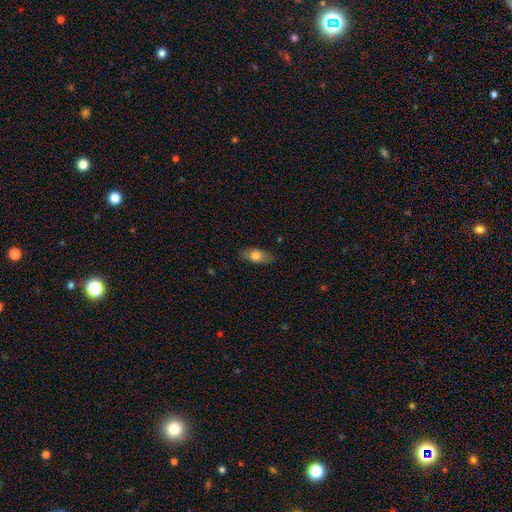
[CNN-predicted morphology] type=smooth (74%); roundness=in between (82%); merging=none (83%).